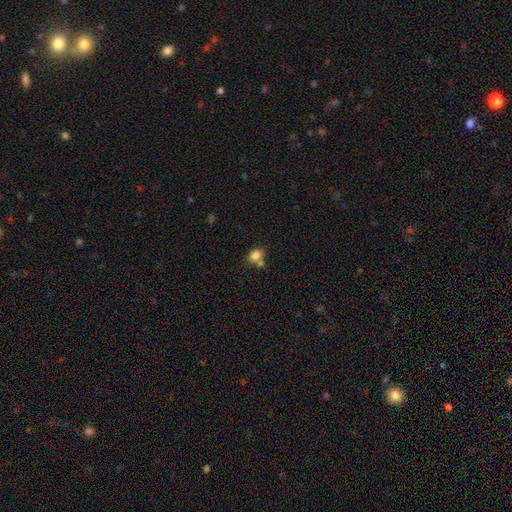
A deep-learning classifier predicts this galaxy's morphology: smooth-or-featured: smooth: 82% | star or artifact: 11% | featured or disk: 8%
  how-rounded: in between: 52% | round: 47% | cigar-shaped: 1%
  merging: none: 55% | merger: 30% | minor disturbance: 12% | major disturbance: 4%